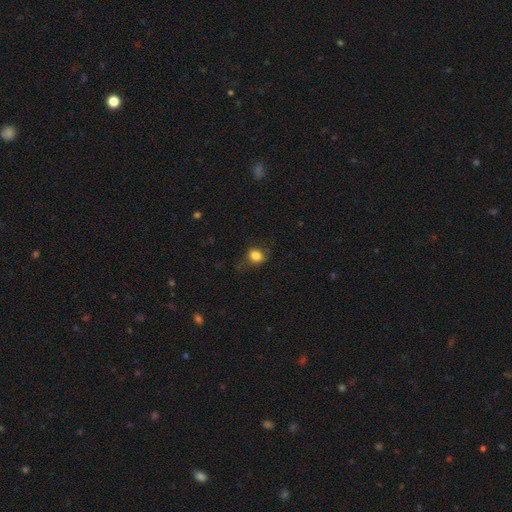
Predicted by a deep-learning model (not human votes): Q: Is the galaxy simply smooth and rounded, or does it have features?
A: smooth — 81%.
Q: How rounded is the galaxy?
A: round — 59%.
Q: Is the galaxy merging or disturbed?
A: none — 60%.